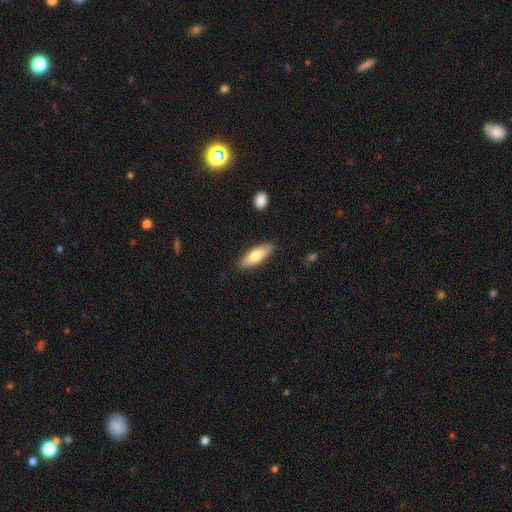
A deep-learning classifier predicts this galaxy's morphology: Smooth or featured: smooth — 74% (featured or disk — 20%)
How rounded: in between — 55% (cigar-shaped — 43%)
Merging: none — 86% (minor disturbance — 10%)